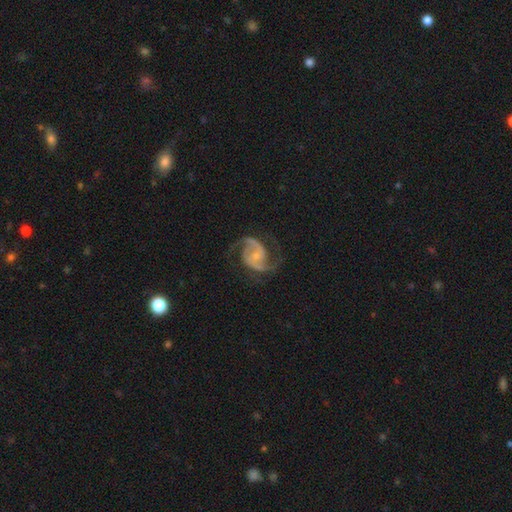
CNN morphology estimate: smooth_or_featured: featured or disk (p=0.92) [alt: star or artifact p=0.04]
disk_edge_on: no (p=0.98) [alt: yes p=0.02]
bar: no (p=0.53) [alt: weak p=0.36]
has_spiral_arms: yes (p=0.98) [alt: no p=0.02]
spiral_winding: medium (p=0.61) [alt: loose p=0.22]
spiral_arm_count: 2 (p=0.92) [alt: 3 p=0.03]
bulge_size: small (p=0.66) [alt: moderate p=0.23]
merging: none (p=0.76) [alt: minor disturbance p=0.14]